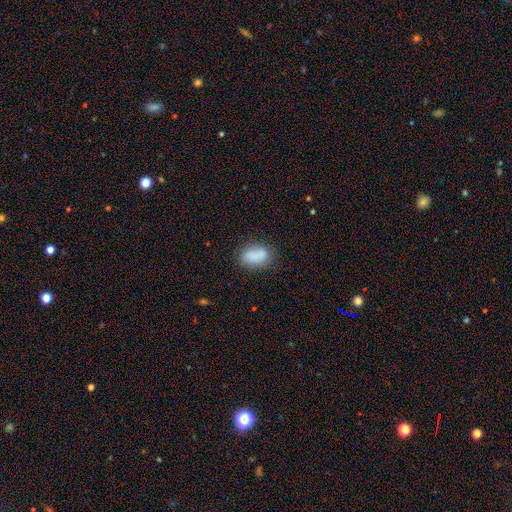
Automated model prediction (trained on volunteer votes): This is clearly a smooth galaxy (83%). How rounded: clearly in between (87%). Merging: likely none (71%).